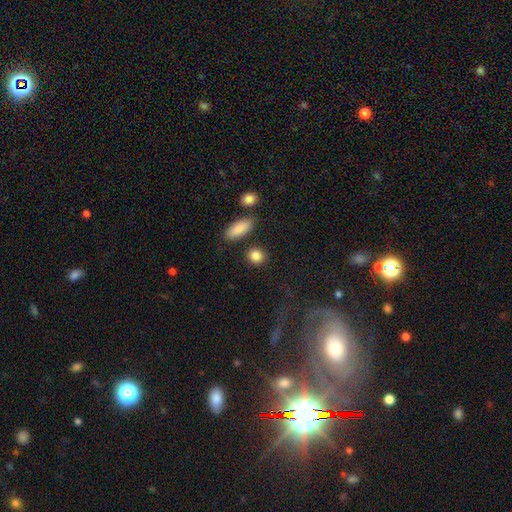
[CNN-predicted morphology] The model was most divided on "how rounded": round: 68%, in between: 29%, cigar-shaped: 3%. More confident: smooth or featured — smooth (86%); merging — none (84%).